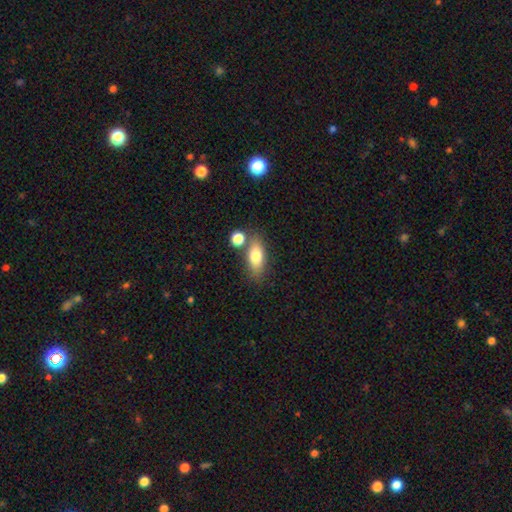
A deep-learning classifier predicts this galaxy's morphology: Smooth or featured: smooth — 76% (featured or disk — 16%)
How rounded: in between — 77% (cigar-shaped — 15%)
Merging: none — 66% (merger — 18%)